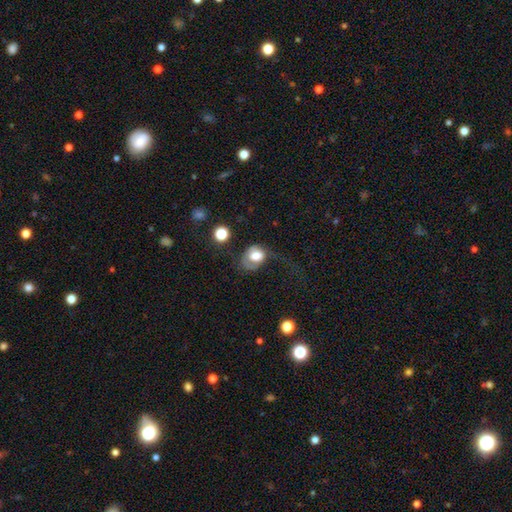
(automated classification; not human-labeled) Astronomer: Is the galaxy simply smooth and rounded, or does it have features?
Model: smooth — 61%.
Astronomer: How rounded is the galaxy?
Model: in between — 50% (runner-up: round, 49%).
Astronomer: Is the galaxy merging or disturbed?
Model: major disturbance — 47% (runner-up: none, 25%).